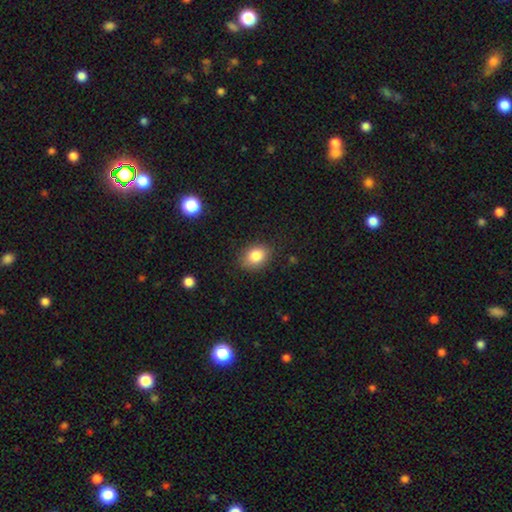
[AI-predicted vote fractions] A smooth galaxy with no disk features (83%) that is in between round and cigar-shaped (65%).

Vote fractions:
- Smooth or featured? smooth: 83% / star or artifact: 9% / featured or disk: 8%
- How rounded? in between: 65% / round: 34% / cigar-shaped: 1%
- Merging? none: 82% / minor disturbance: 14% / major disturbance: 3% / merger: 1%